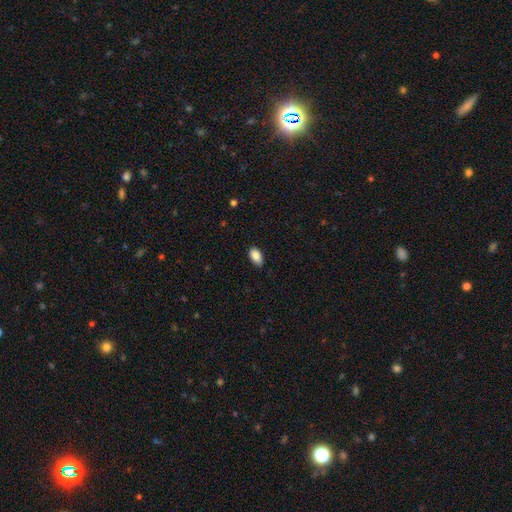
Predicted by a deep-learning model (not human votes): Overall: smooth (87%). How rounded: in between (93%). Merging: none (82%).